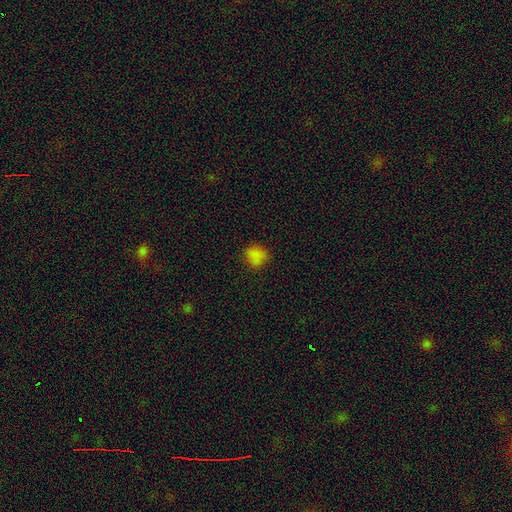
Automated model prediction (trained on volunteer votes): Overall: smooth (79%). How rounded: round (76%). Merging: none (81%).